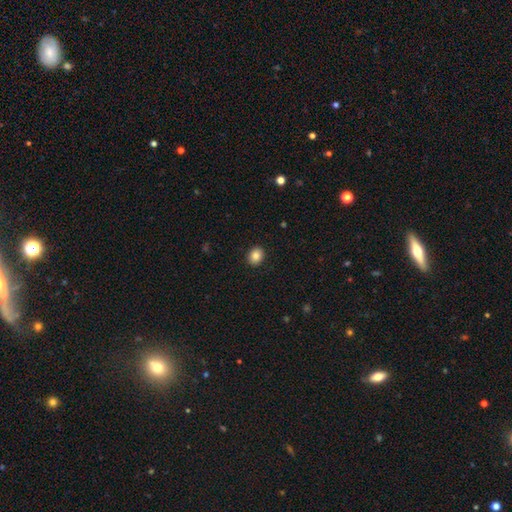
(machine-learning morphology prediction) type=smooth (85%); roundness=round (58%); merging=none (91%).